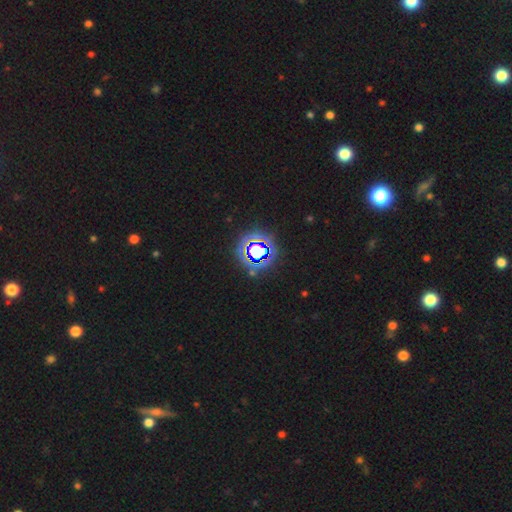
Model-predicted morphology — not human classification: smooth_or_featured: star or artifact (p=0.74) [alt: smooth p=0.16]